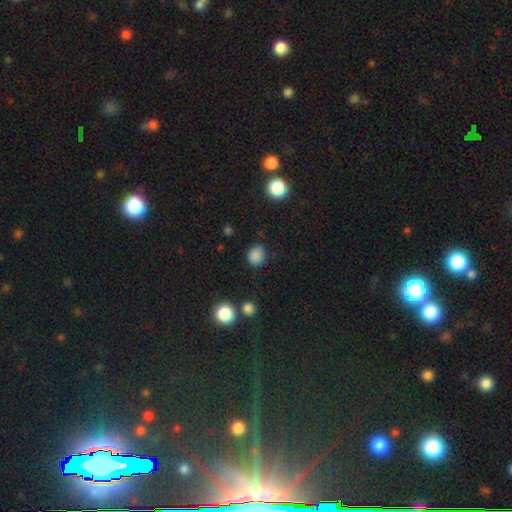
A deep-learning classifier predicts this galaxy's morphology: The model was most divided on "how rounded": round: 68%, in between: 31%, cigar-shaped: 1%. More confident: smooth or featured — smooth (85%); merging — none (82%).